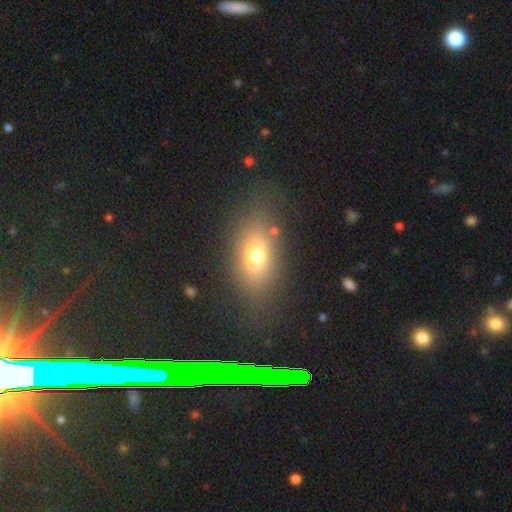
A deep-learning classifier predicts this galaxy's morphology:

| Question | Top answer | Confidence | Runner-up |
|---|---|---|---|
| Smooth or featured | smooth | 68% | featured or disk (19%) |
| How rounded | in between | 76% | round (17%) |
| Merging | none | 76% | minor disturbance (13%) |